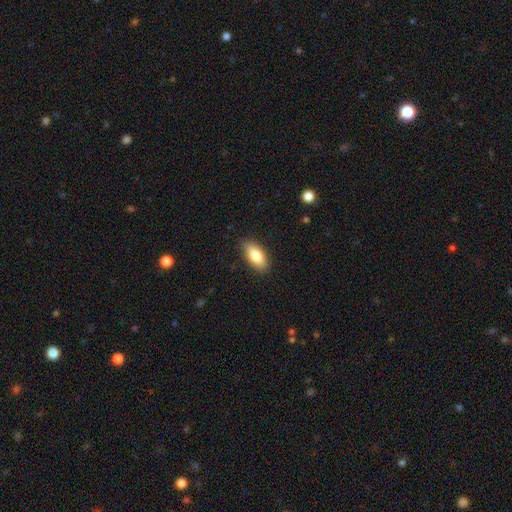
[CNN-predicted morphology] A smooth galaxy with no disk features (82%) that is in between round and cigar-shaped (86%).

Vote fractions:
- Smooth or featured? smooth: 82% / featured or disk: 12% / star or artifact: 6%
- How rounded? in between: 86% / cigar-shaped: 11% / round: 3%
- Merging? none: 84% / minor disturbance: 12% / major disturbance: 2% / merger: 1%